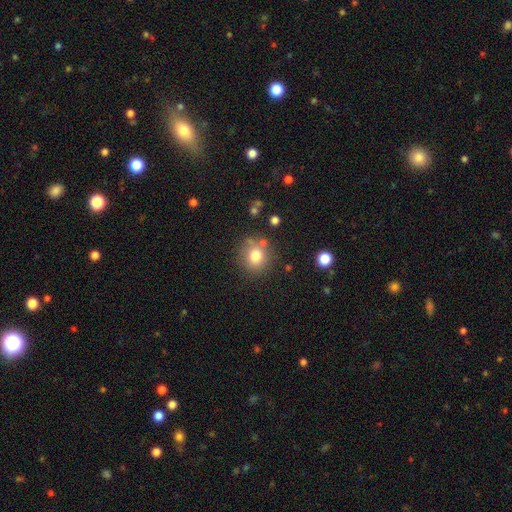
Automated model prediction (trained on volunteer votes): A smooth galaxy with no disk features (77%) that is round (86%). Merging: none (76%).